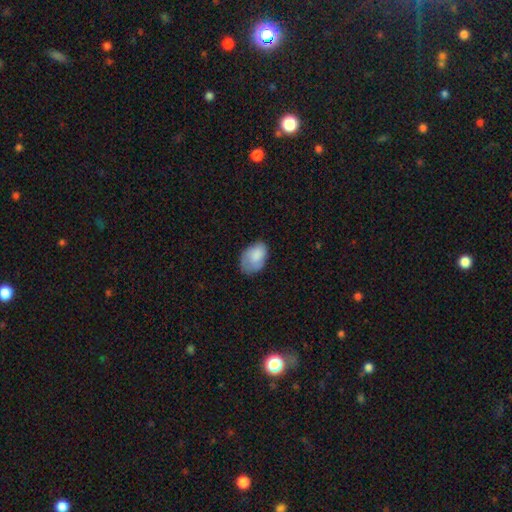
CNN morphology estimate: The model was most divided on "merging": none: 54%, minor disturbance: 33%, major disturbance: 12%, merger: 2%. More confident: how rounded — in between (86%); smooth or featured — smooth (81%).